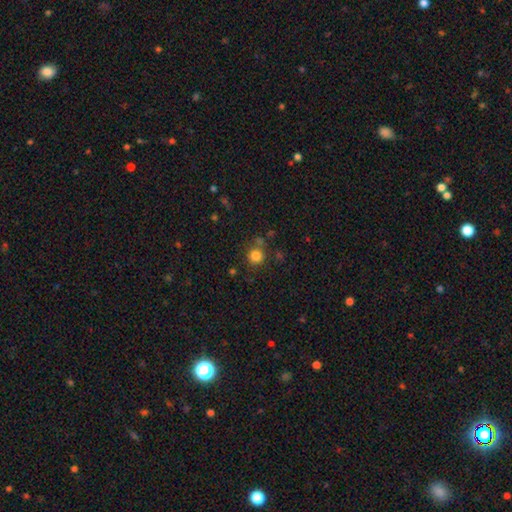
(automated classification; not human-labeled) Q: Smooth or featured?
A: smooth (82%); runner-up: star or artifact (13%)
Q: How rounded?
A: round (93%); runner-up: in between (6%)
Q: Merging?
A: none (76%); runner-up: minor disturbance (10%)